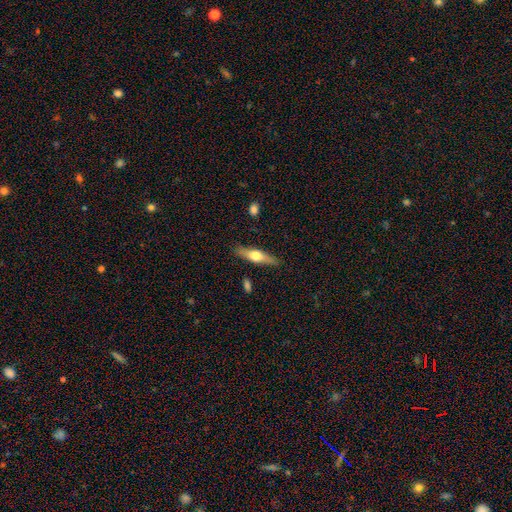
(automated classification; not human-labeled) A featured or disk galaxy (54%) viewed edge-on (94%) with a rounded central bulge (94%). Merging: none (86%).